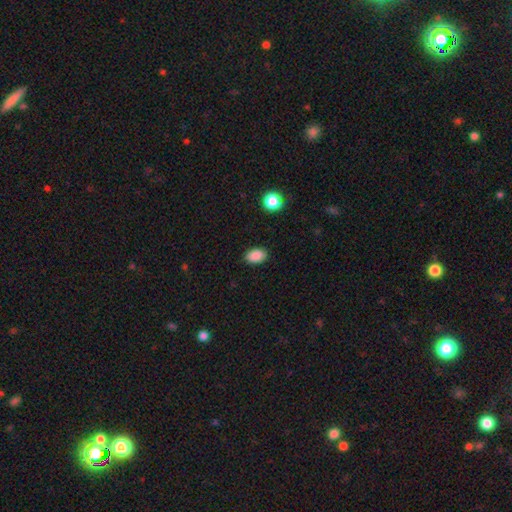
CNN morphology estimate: This is clearly a smooth galaxy (88%). How rounded: clearly in between (85%). Merging: clearly none (87%).